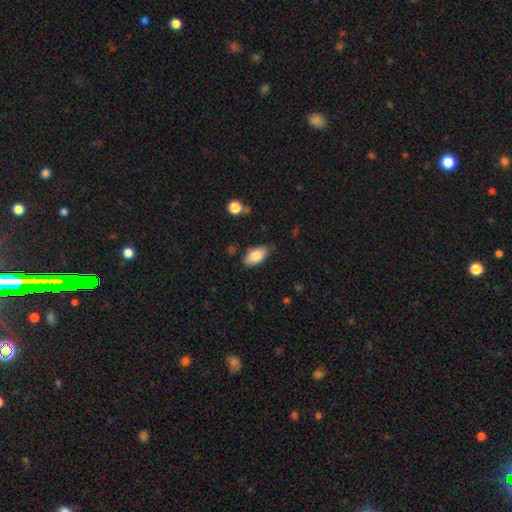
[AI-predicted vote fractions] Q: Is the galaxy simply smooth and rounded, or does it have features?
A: smooth — 82%.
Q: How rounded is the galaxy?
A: in between — 92%.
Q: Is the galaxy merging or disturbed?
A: none — 79%.